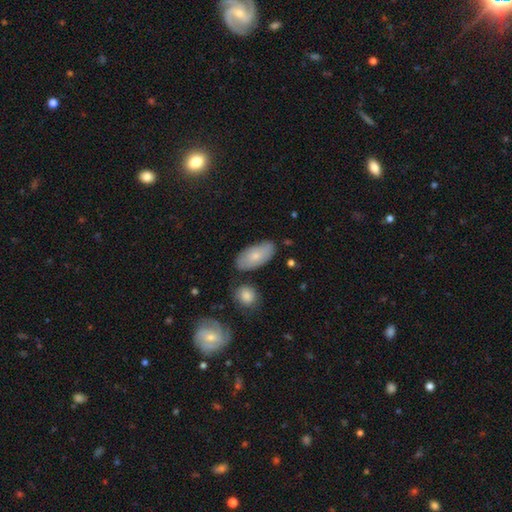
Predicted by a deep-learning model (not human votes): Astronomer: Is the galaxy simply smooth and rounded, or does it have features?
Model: smooth — 71%.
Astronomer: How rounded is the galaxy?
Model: in between — 93%.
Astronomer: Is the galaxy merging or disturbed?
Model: none — 75%.